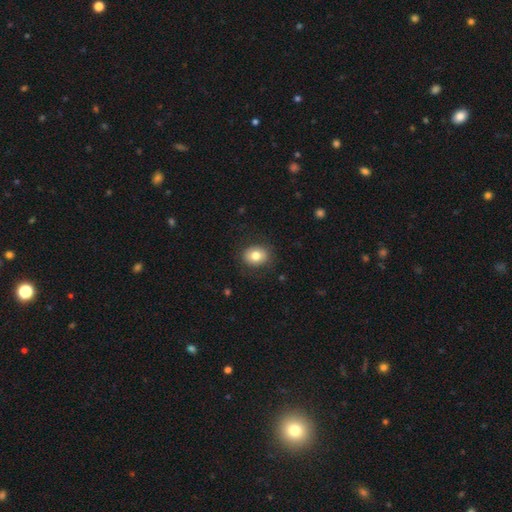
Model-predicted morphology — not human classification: Smooth or featured: smooth — 79% (featured or disk — 13%)
How rounded: round — 56% (in between — 43%)
Merging: none — 85% (minor disturbance — 10%)